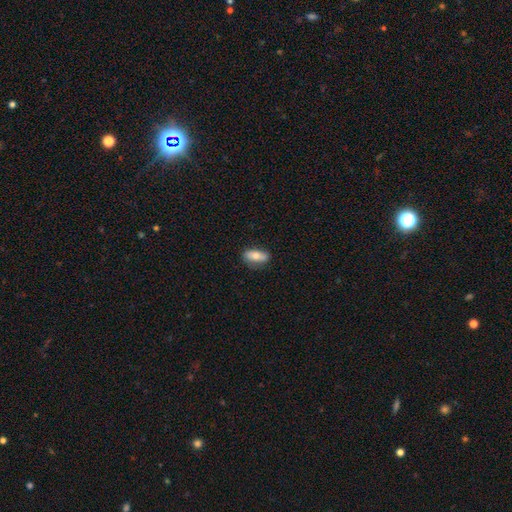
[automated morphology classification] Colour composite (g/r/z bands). It shows a smooth galaxy with no disk features (69%) that is in between round and cigar-shaped (82%). Merging: none (79%).